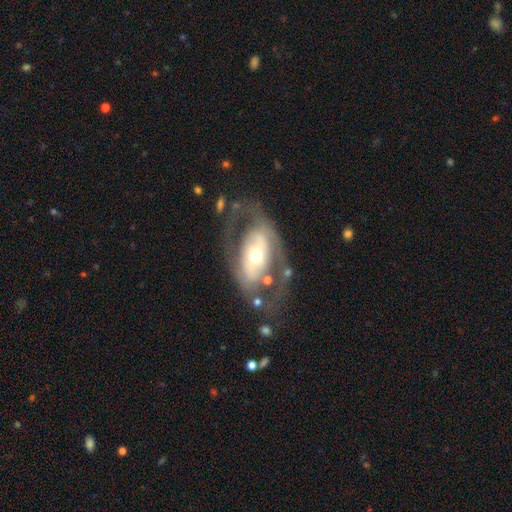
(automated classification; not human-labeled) smooth_or_featured: featured or disk (p=0.73) [alt: smooth p=0.22]
disk_edge_on: no (p=0.92) [alt: yes p=0.08]
bar: no (p=0.48) [alt: strong p=0.26]
has_spiral_arms: yes (p=0.50) [tied with: no p=0.50]
bulge_size: moderate (p=0.66) [alt: small p=0.19]
merging: none (p=0.62) [alt: major disturbance p=0.18]